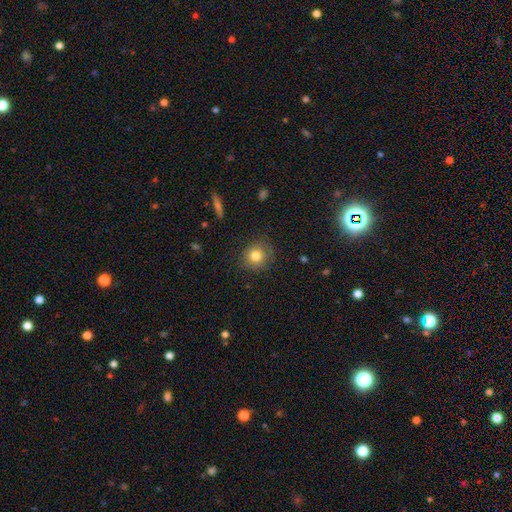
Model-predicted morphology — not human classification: Overall: smooth (80%). How rounded: round (88%). Merging: none (82%).